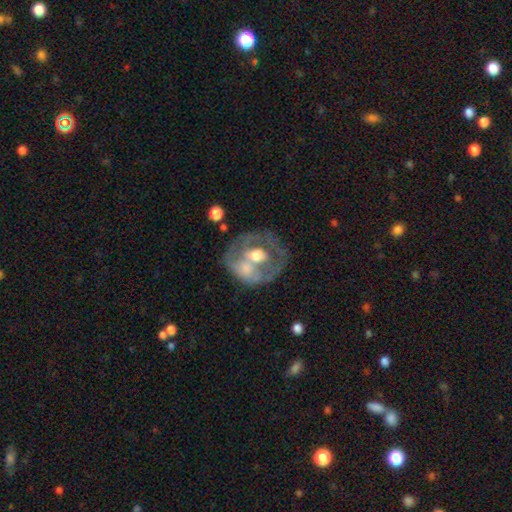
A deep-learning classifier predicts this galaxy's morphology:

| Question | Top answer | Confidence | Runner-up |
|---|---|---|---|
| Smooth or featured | featured or disk | 63% | smooth (31%) |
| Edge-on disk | no | 96% | yes (4%) |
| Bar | no | 71% | weak (21%) |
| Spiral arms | no | 69% | yes (31%) |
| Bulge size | moderate | 66% | large (17%) |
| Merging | none | 39% | merger (30%) |